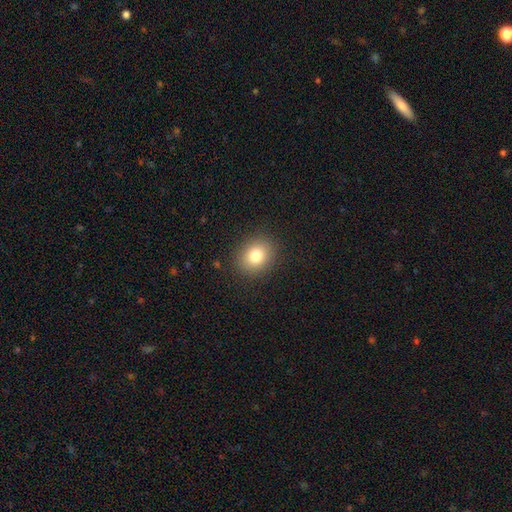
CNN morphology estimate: Smooth or featured? smooth (80%)
How rounded? round (60%)
Merging? none (89%)